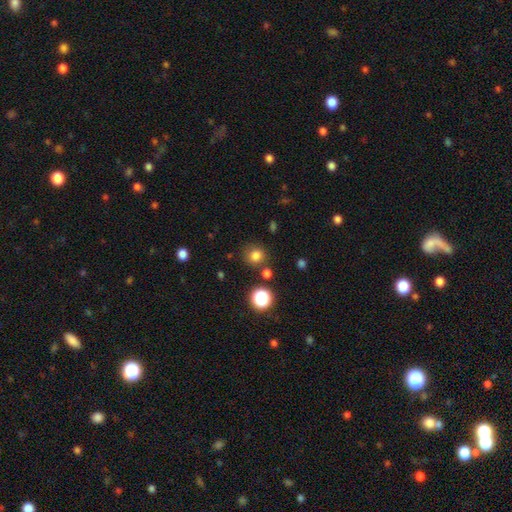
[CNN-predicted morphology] Smooth or featured? Predicted: smooth (p=0.79). How rounded? Predicted: round (p=0.89). Merging? Predicted: none (p=0.81).